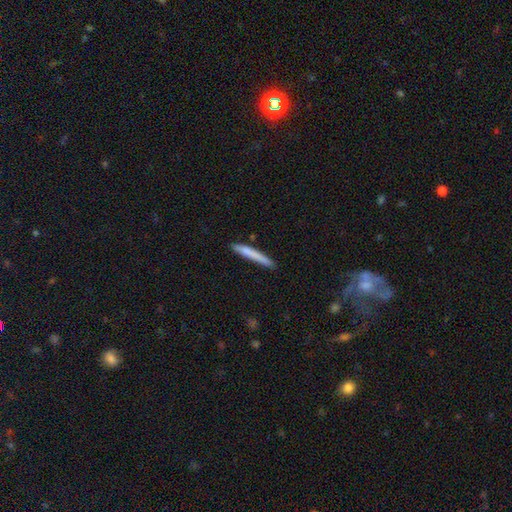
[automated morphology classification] smooth-or-featured: smooth: 56% | featured or disk: 34% | star or artifact: 10%
  how-rounded: cigar-shaped: 95% | in between: 3% | round: 2%
  merging: none: 83% | minor disturbance: 11% | major disturbance: 3% | merger: 3%